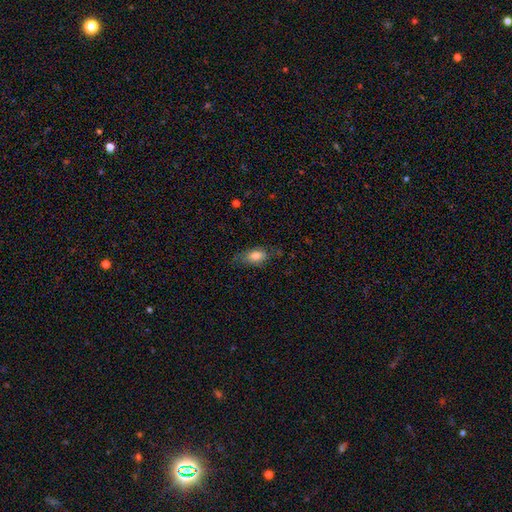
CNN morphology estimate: Smooth or featured: smooth — 79% (featured or disk — 13%)
How rounded: in between — 88% (round — 8%)
Merging: none — 61% (minor disturbance — 29%)